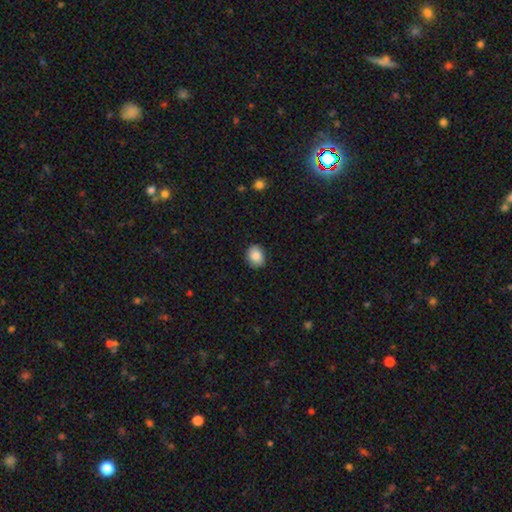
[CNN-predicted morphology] Overall: smooth (86%). How rounded: in between (51%; round 48%). Merging: none (84%).